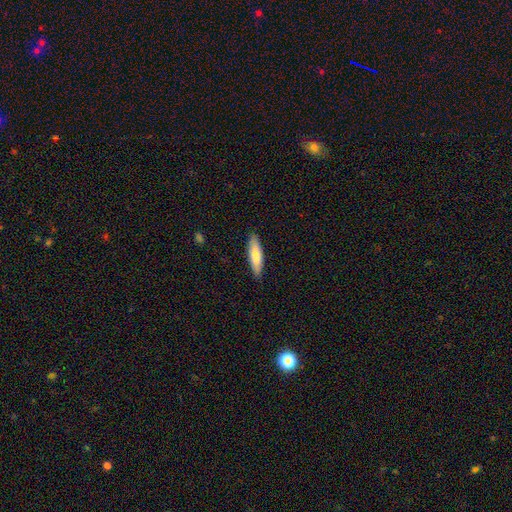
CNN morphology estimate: A smooth galaxy with no disk features (73%) that is cigar-shaped (62%).

Vote fractions:
- Smooth or featured? smooth: 73% / featured or disk: 22% / star or artifact: 6%
- How rounded? cigar-shaped: 62% / in between: 36% / round: 2%
- Merging? none: 88% / minor disturbance: 9% / major disturbance: 2% / merger: 1%